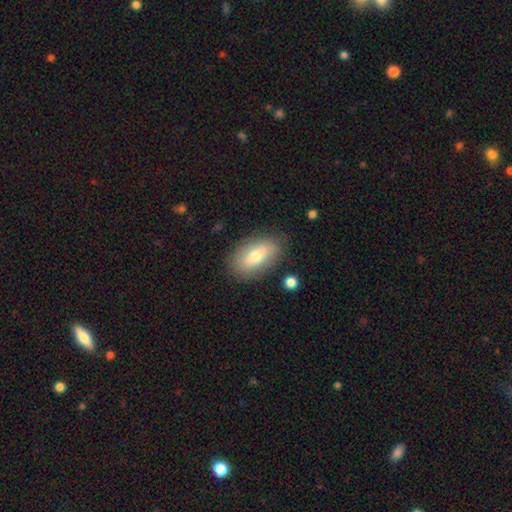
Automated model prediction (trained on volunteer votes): smooth 70%, featured or disk 23%, star or artifact 7%. Down the decision tree: how rounded — in between (88%); merging — none (84%).